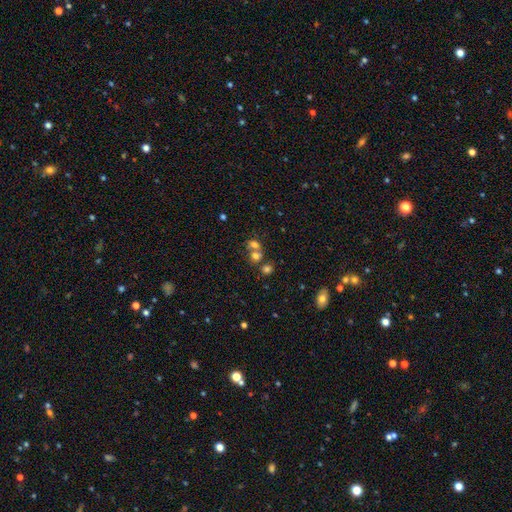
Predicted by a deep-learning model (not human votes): Morphology: type=smooth (69%); roundness=round (64%); merging=merger (54%).